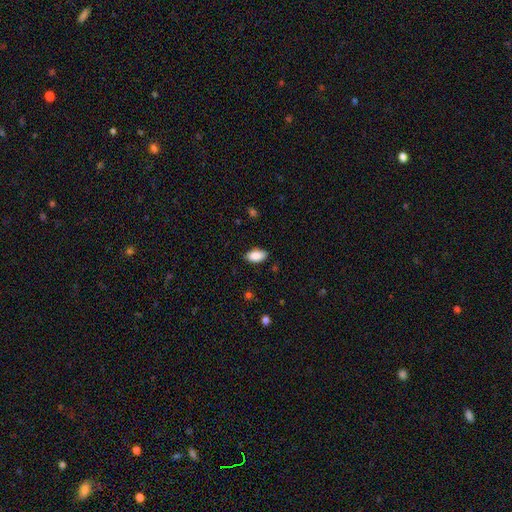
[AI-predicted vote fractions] A smooth galaxy with no disk features (89%) that is in between round and cigar-shaped (94%). Merging: none (84%).